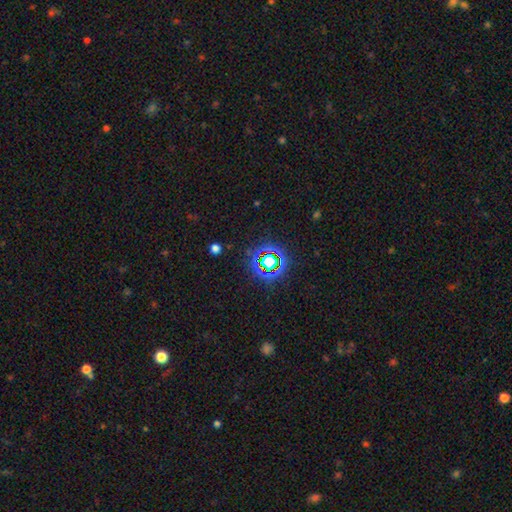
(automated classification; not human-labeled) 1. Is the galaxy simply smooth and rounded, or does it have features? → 71% star or artifact, 19% smooth, 10% featured or disk.